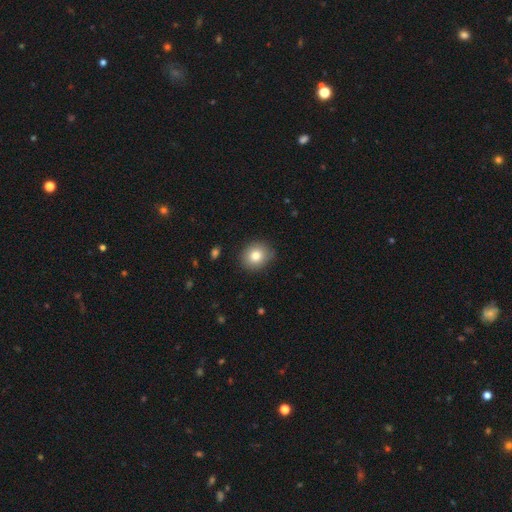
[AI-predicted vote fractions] Smooth or featured? smooth (81%)
How rounded? round (68%)
Merging? none (85%)